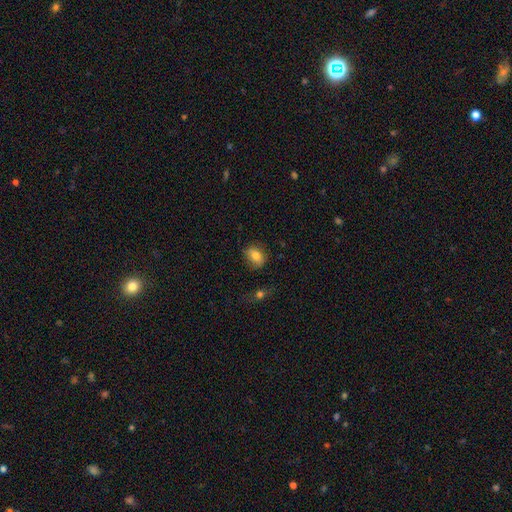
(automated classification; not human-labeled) Overall: smooth (79%). How rounded: in between (65%; round 33%). Merging: none (75%).